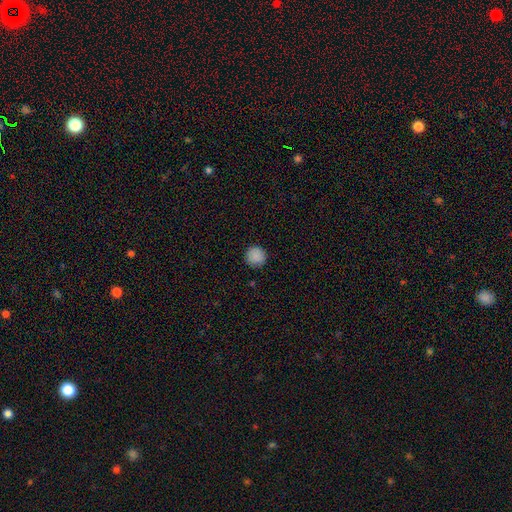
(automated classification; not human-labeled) A smooth galaxy with no disk features (88%) that is round (96%).

Vote fractions:
- Smooth or featured? smooth: 88% / star or artifact: 9% / featured or disk: 3%
- How rounded? round: 96% / in between: 3% / cigar-shaped: 1%
- Merging? none: 92% / minor disturbance: 6% / major disturbance: 2% / merger: 1%